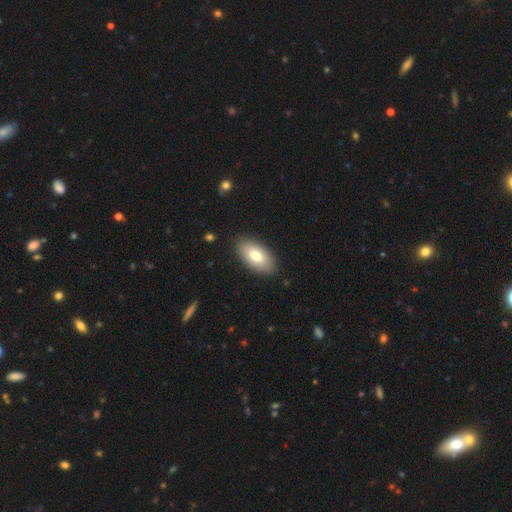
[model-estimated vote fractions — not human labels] This is likely a smooth galaxy (77%). How rounded: clearly in between (94%). Merging: clearly none (88%).